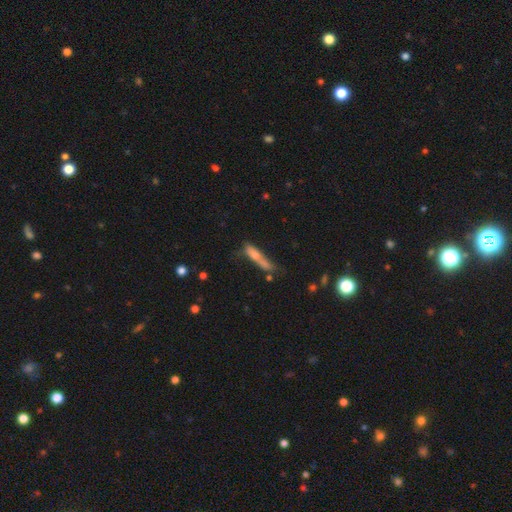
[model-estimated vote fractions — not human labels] smooth 63%, featured or disk 28%, star or artifact 9%. Down the decision tree: how rounded — cigar-shaped (78%); merging — none (37%).